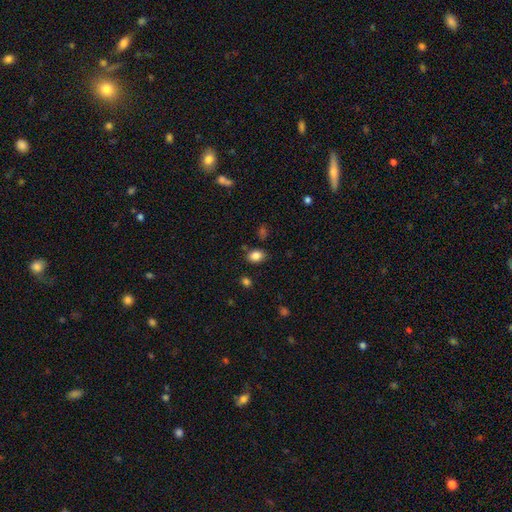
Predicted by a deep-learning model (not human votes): smooth 85%, star or artifact 10%, featured or disk 5%. Down the decision tree: how rounded — in between (70%); merging — none (81%).